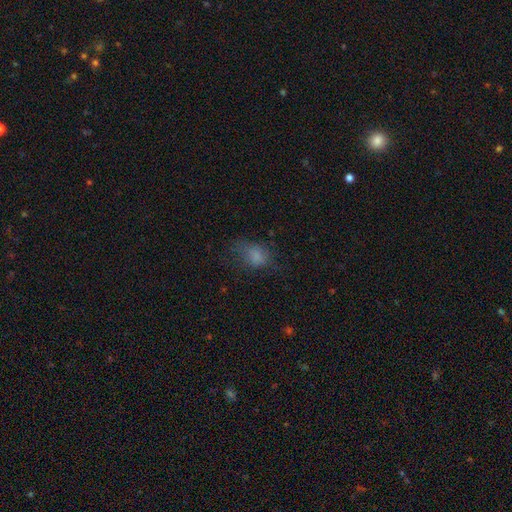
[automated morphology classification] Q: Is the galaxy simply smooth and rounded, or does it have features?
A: smooth — 71%.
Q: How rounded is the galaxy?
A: in between — 70%.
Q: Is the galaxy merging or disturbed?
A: none — 48%.